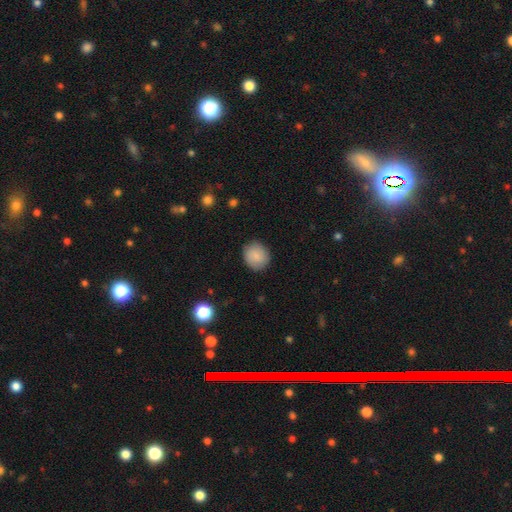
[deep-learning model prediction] The model was most divided on "how rounded": round: 75%, in between: 24%, cigar-shaped: 1%. More confident: merging — none (86%); smooth or featured — smooth (86%).